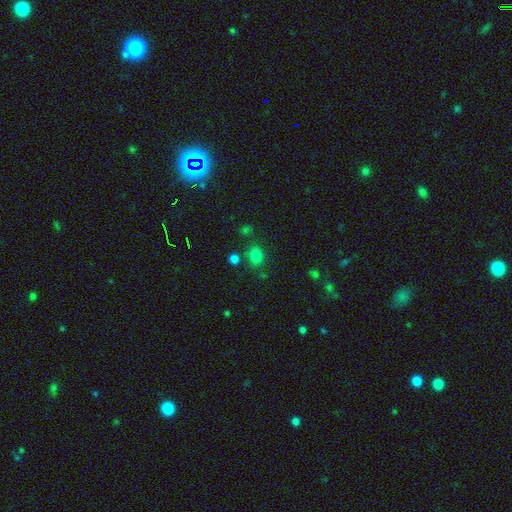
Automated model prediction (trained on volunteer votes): Q: Smooth or featured?
A: smooth (80%); runner-up: star or artifact (15%)
Q: How rounded?
A: round (51%); runner-up: in between (48%)
Q: Merging?
A: none (74%); runner-up: minor disturbance (12%)